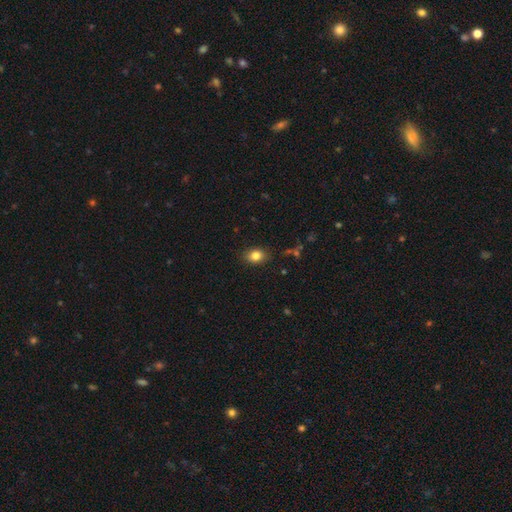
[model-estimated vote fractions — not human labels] Smooth or featured: smooth — 83% (star or artifact — 10%)
How rounded: in between — 71% (round — 28%)
Merging: none — 86% (minor disturbance — 11%)